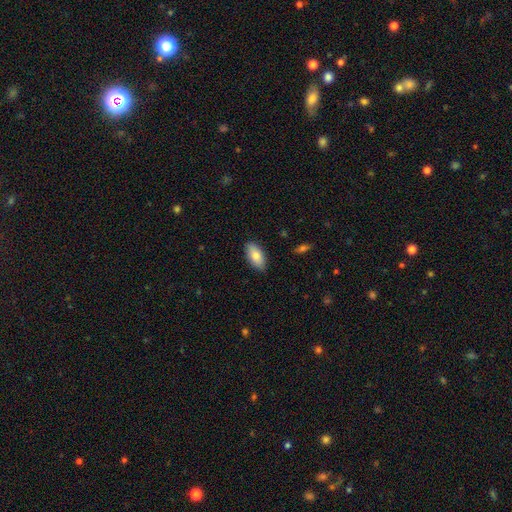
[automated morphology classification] type=smooth (81%); roundness=in between (92%); merging=none (87%).